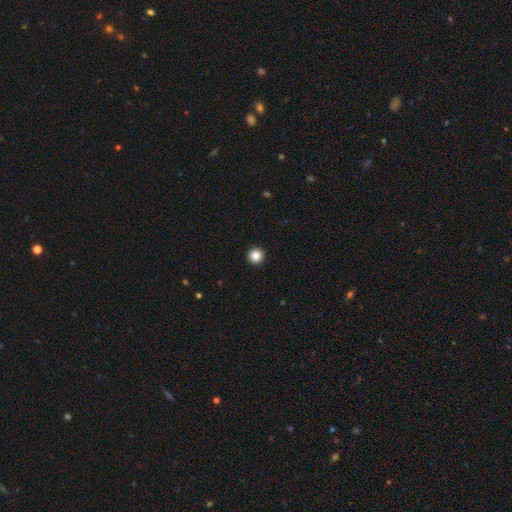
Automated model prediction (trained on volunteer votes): The model was most divided on "smooth or featured": smooth: 86%, star or artifact: 11%, featured or disk: 4%. More confident: how rounded — round (96%); merging — none (94%).